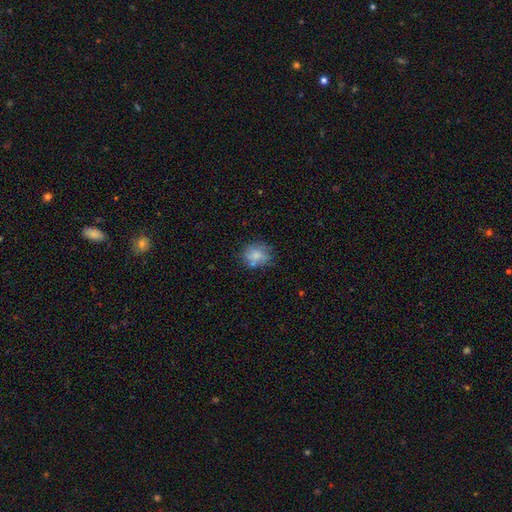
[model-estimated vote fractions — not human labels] This is likely a smooth galaxy (74%). How rounded: likely round (64%). Merging: likely none (62%).